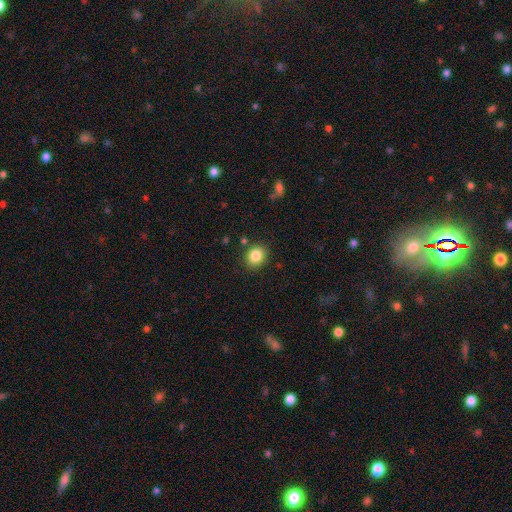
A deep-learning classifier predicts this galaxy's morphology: Smooth or featured?
  - smooth: 84% *
  - star or artifact: 10%
  - featured or disk: 6%
How rounded?
  - round: 71% *
  - in between: 28%
  - cigar-shaped: 1%
Merging?
  - none: 85% *
  - minor disturbance: 9%
  - merger: 3%
  - major disturbance: 3%